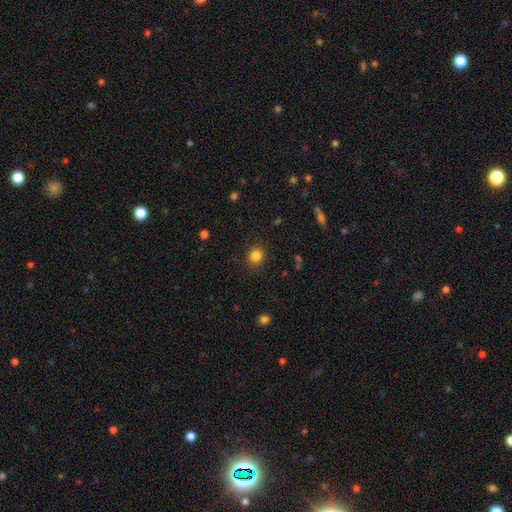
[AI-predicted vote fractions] smooth_or_featured: smooth (p=0.84) [alt: star or artifact p=0.12]
how_rounded: round (p=0.86) [alt: in between p=0.13]
merging: none (p=0.89) [alt: minor disturbance p=0.07]